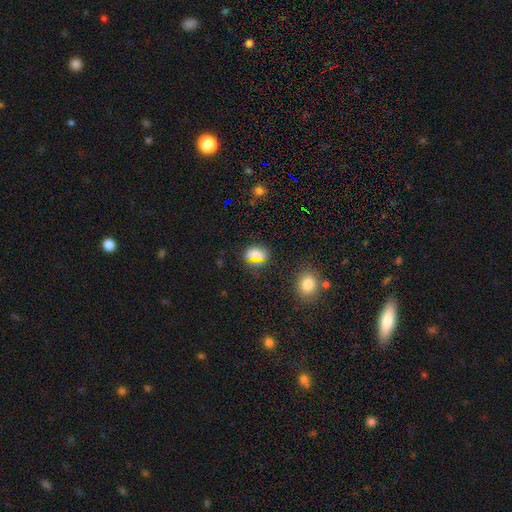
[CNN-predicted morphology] Smooth or featured?
  - smooth: 60% *
  - star or artifact: 31%
  - featured or disk: 9%
How rounded?
  - round: 50% *
  - in between: 45%
  - cigar-shaped: 5%
Merging?
  - none: 80% *
  - minor disturbance: 11%
  - major disturbance: 5%
  - merger: 4%